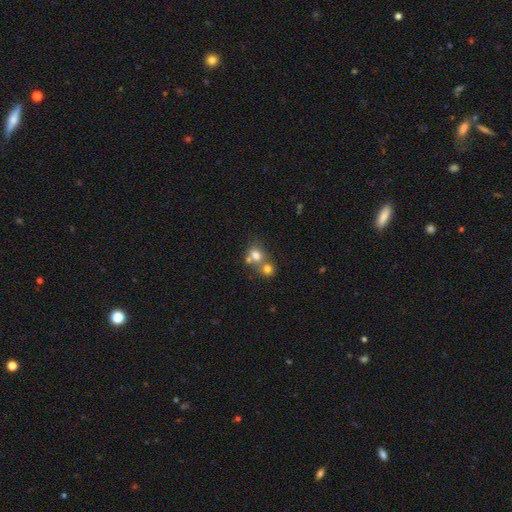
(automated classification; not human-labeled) This is likely a smooth galaxy (73%). How rounded: likely round (66%). Merging: possibly merger (52%).